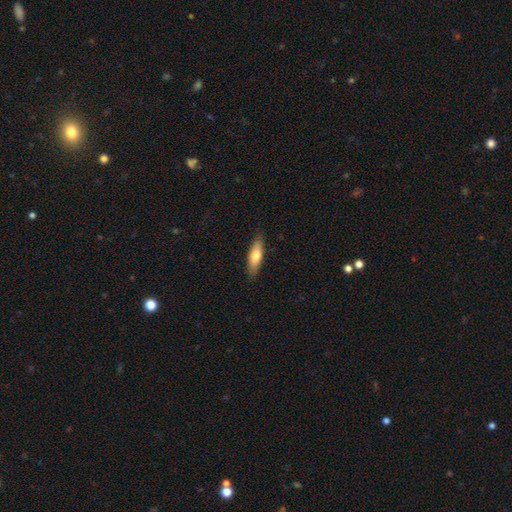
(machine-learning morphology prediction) A smooth galaxy with no disk features (69%) that is cigar-shaped (55%).

Vote fractions:
- Smooth or featured? smooth: 69% / featured or disk: 25% / star or artifact: 6%
- How rounded? cigar-shaped: 55% / in between: 43% / round: 2%
- Merging? none: 87% / minor disturbance: 10% / major disturbance: 2% / merger: 1%